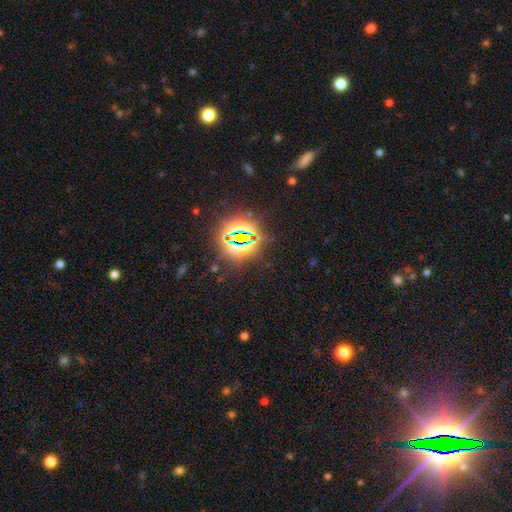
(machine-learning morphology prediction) Smooth or featured?
  - star or artifact: 80% *
  - smooth: 13%
  - featured or disk: 8%